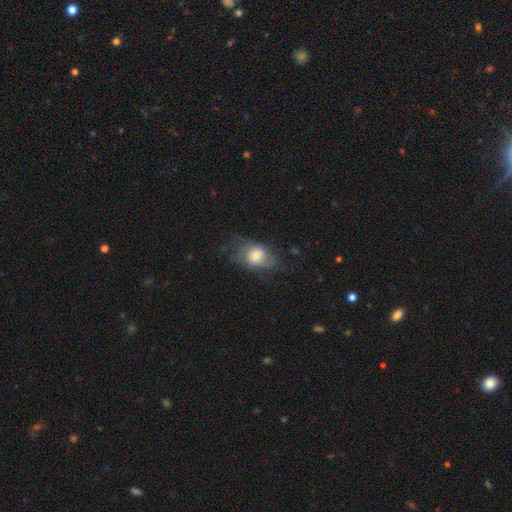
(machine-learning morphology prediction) type=smooth (52%); roundness=in between (67%); merging=none (46%).